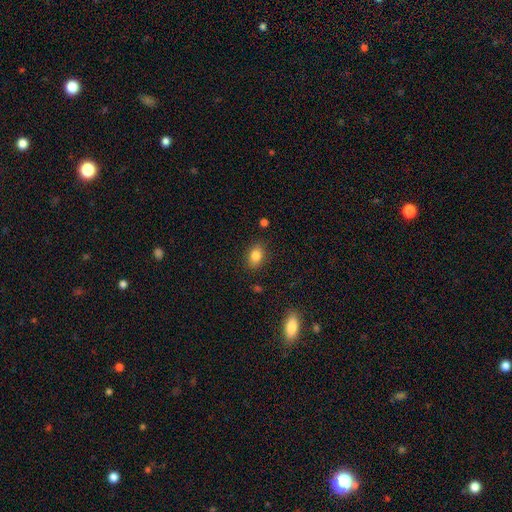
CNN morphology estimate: smooth 83%, star or artifact 10%, featured or disk 7%. Down the decision tree: how rounded — in between (75%); merging — none (85%).